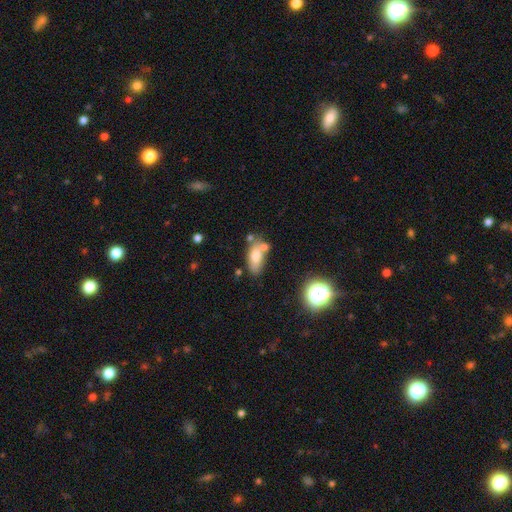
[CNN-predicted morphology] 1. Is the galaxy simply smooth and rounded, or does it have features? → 70% smooth, 19% featured or disk, 10% star or artifact.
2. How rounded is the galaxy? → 81% in between, 14% cigar-shaped, 5% round.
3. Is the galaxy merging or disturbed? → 51% none, 23% merger, 19% minor disturbance, 7% major disturbance.